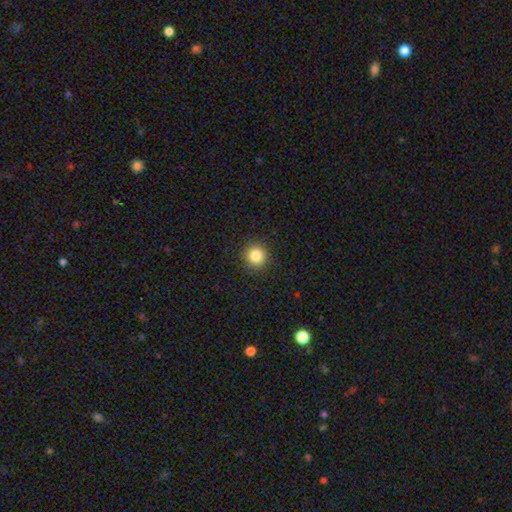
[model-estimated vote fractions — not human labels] Smooth or featured: smooth — 84% (star or artifact — 11%)
How rounded: round — 94% (in between — 5%)
Merging: none — 92% (minor disturbance — 5%)